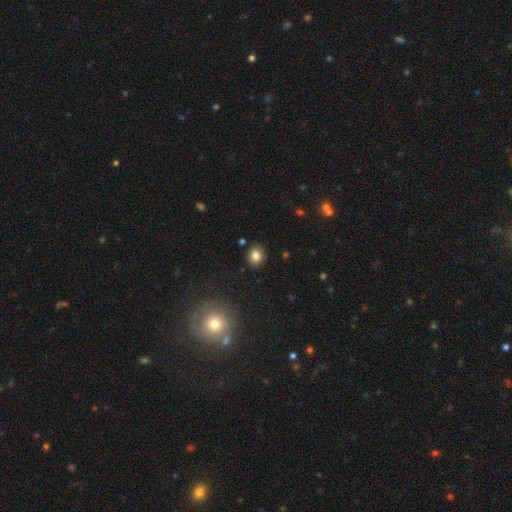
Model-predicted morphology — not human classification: Overall: smooth (81%). How rounded: round (74%). Merging: none (89%).